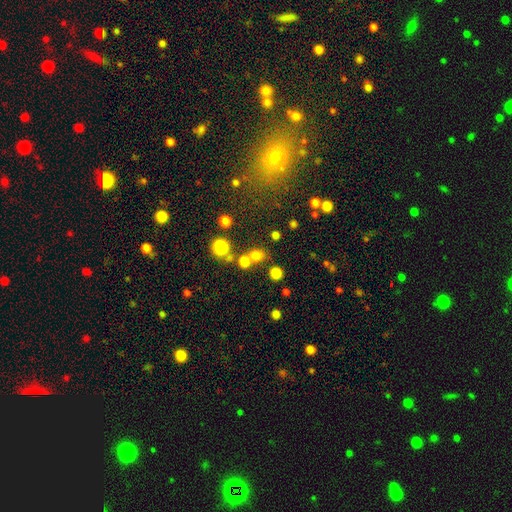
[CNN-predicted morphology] Overall: smooth (71%). How rounded: round (81%). Merging: none (62%; merger 26%).